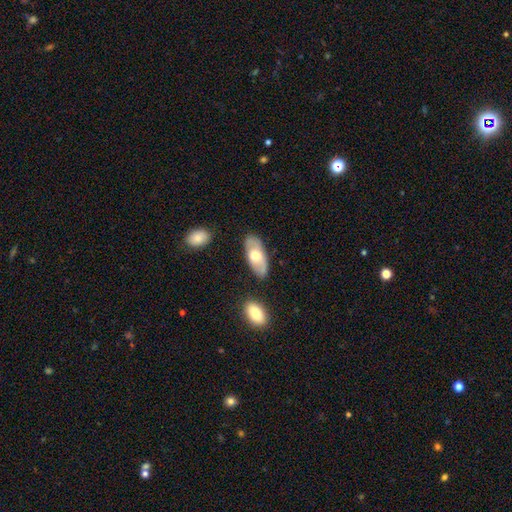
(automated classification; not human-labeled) This appears to be a smooth galaxy with no disk features (56%) that is in between round and cigar-shaped (89%). Merging: none (78%).